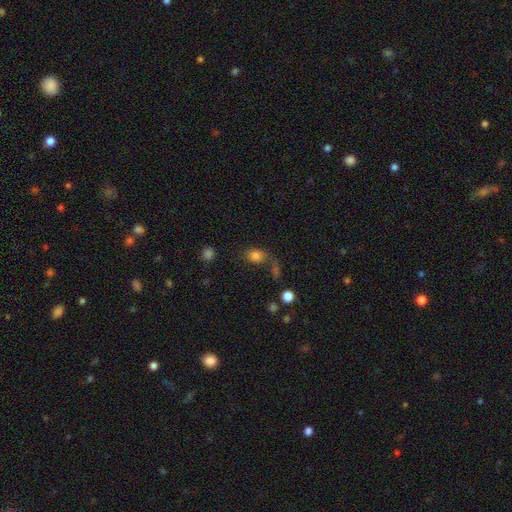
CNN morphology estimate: Q: Smooth or featured?
A: smooth (77%); runner-up: star or artifact (13%)
Q: How rounded?
A: in between (53%); runner-up: round (45%)
Q: Merging?
A: none (44%); runner-up: merger (24%)